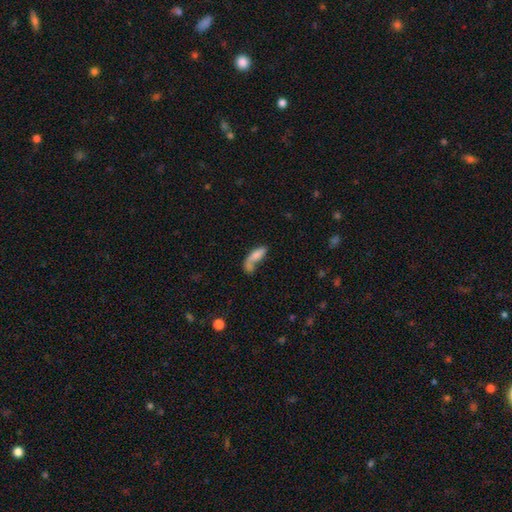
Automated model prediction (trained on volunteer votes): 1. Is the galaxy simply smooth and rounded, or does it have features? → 74% smooth, 18% featured or disk, 9% star or artifact.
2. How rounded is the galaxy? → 60% in between, 36% cigar-shaped, 4% round.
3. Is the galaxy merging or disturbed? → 42% merger, 28% none, 15% major disturbance, 15% minor disturbance.